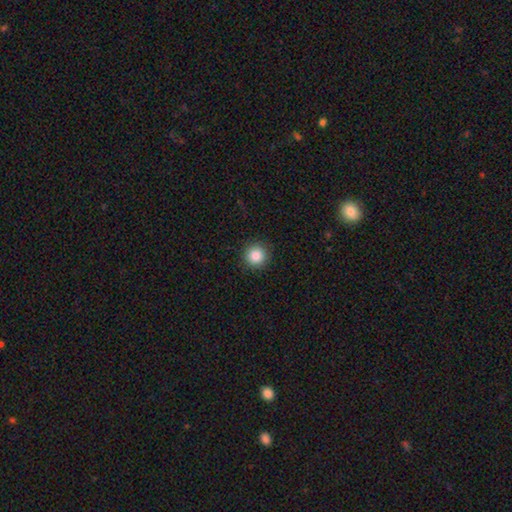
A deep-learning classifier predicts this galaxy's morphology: A smooth galaxy with no disk features (86%) that is round (95%).

Vote fractions:
- Smooth or featured? smooth: 86% / star or artifact: 10% / featured or disk: 4%
- How rounded? round: 95% / in between: 4% / cigar-shaped: 1%
- Merging? none: 92% / minor disturbance: 5% / major disturbance: 2% / merger: 1%